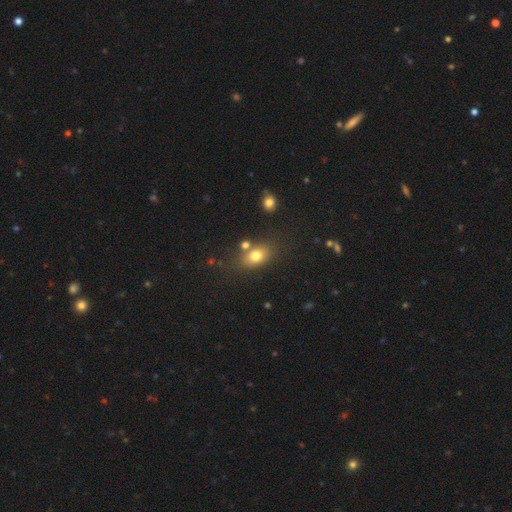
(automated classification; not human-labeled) Smooth or featured? Predicted: smooth (p=0.76). How rounded? Predicted: in between (p=0.73). Merging? Predicted: none (p=0.66).